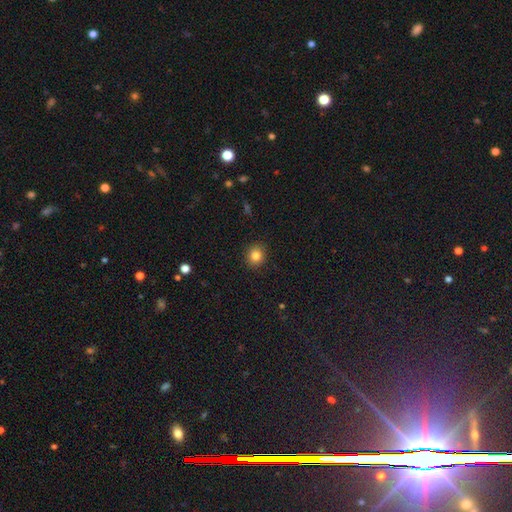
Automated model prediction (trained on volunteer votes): A smooth galaxy with no disk features (83%) that is round (80%). Merging: none (91%).